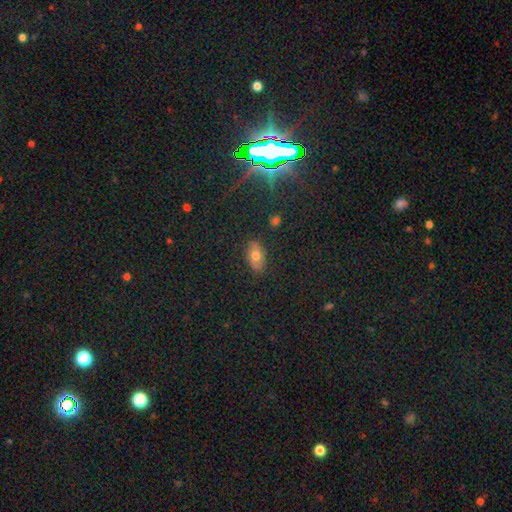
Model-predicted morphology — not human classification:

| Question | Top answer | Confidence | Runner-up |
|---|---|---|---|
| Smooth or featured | smooth | 67% | featured or disk (18%) |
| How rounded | in between | 88% | round (9%) |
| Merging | none | 85% | minor disturbance (11%) |